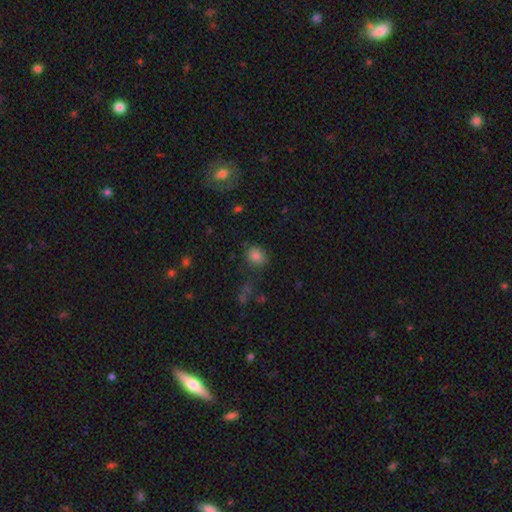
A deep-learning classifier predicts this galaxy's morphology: Smooth or featured?
  - smooth: 82% *
  - star or artifact: 12%
  - featured or disk: 6%
How rounded?
  - round: 68% *
  - in between: 31%
  - cigar-shaped: 1%
Merging?
  - none: 78% *
  - minor disturbance: 14%
  - major disturbance: 4%
  - merger: 3%